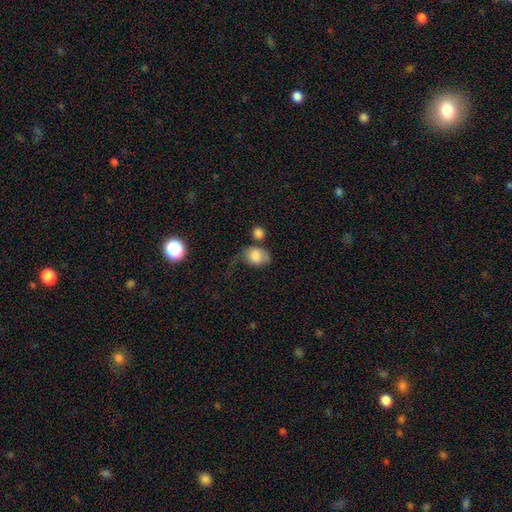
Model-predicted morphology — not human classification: type=smooth (77%); roundness=in between (60%); merging=major disturbance (31%).